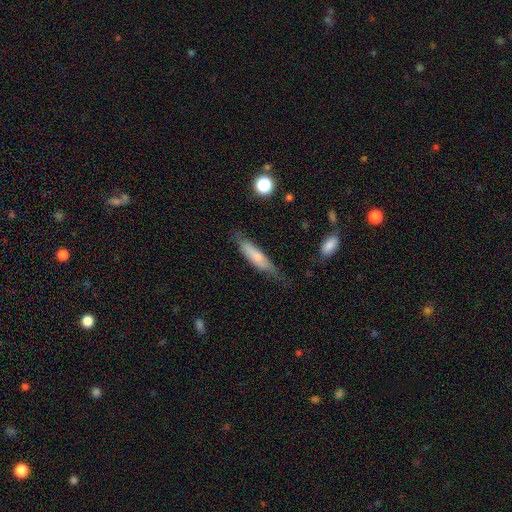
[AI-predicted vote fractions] Smooth or featured?
  - smooth: 68% *
  - featured or disk: 26%
  - star or artifact: 6%
How rounded?
  - cigar-shaped: 79% *
  - in between: 19%
  - round: 2%
Merging?
  - none: 62% *
  - minor disturbance: 27%
  - major disturbance: 9%
  - merger: 2%